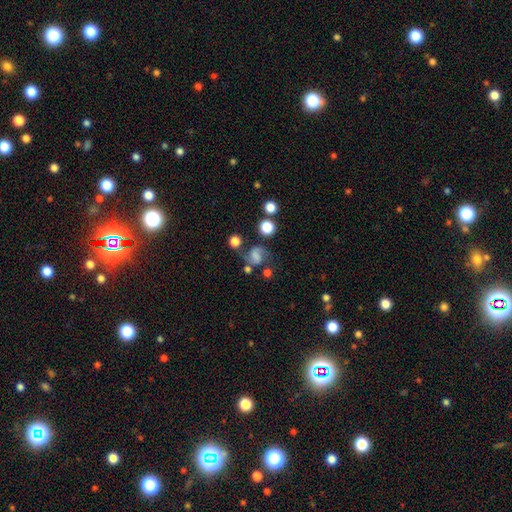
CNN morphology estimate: smooth_or_featured: featured or disk (p=0.55) [alt: smooth p=0.31]
disk_edge_on: no (p=0.98) [alt: yes p=0.02]
bar: weak (p=0.42) [alt: no p=0.40]
has_spiral_arms: yes (p=0.90) [alt: no p=0.10]
bulge_size: none (p=0.50) [alt: small p=0.20]
merging: none (p=0.56) [alt: minor disturbance p=0.20]